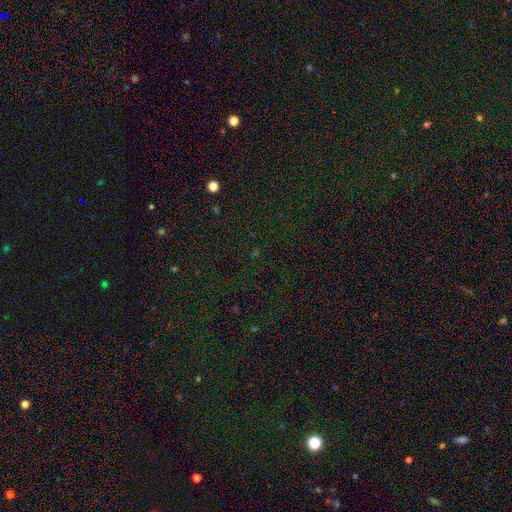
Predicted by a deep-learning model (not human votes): This appears to be a star or artifact, not a galaxy (78%).